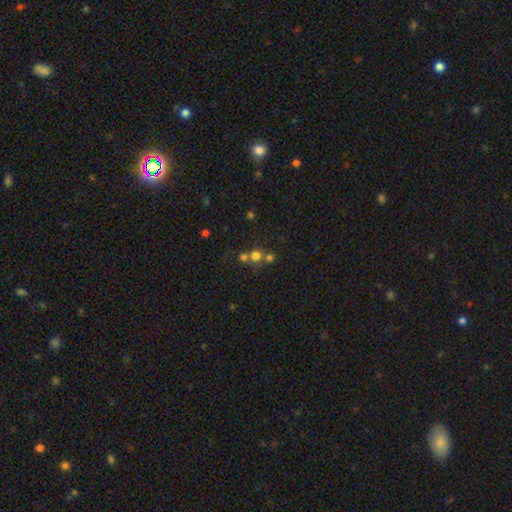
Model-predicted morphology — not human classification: type=smooth (66%); roundness=round (89%); merging=none (49%).